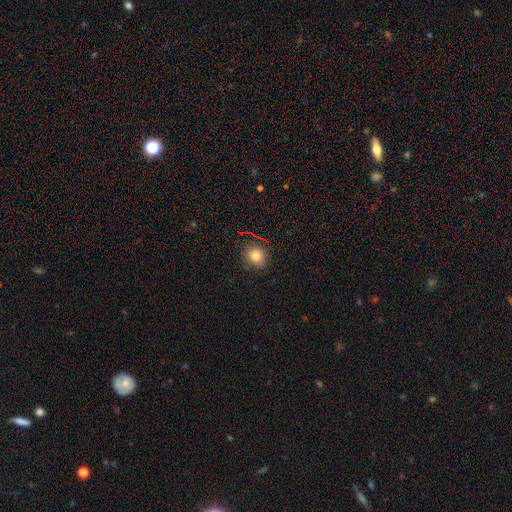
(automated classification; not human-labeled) A smooth galaxy with no disk features (79%) that is round (80%). Merging: none (85%).